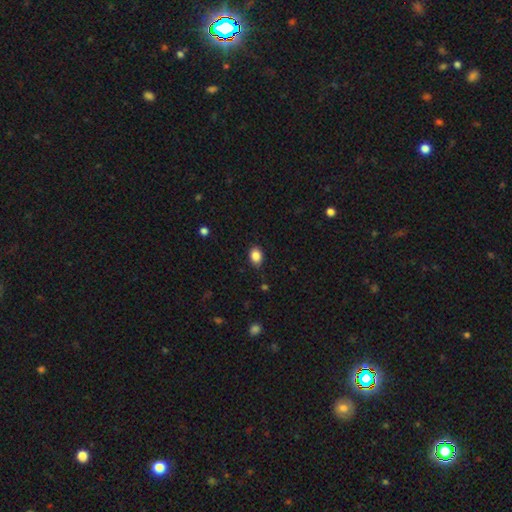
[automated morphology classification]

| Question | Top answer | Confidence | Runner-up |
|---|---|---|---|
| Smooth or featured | smooth | 86% | star or artifact (9%) |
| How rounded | in between | 66% | round (33%) |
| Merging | none | 82% | minor disturbance (14%) |